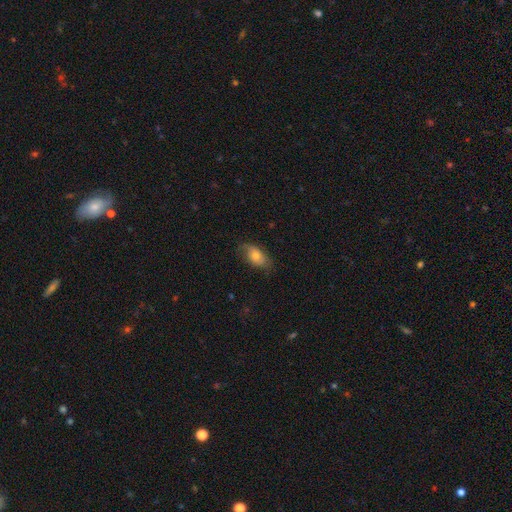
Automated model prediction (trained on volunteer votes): Overall: smooth (70%). How rounded: in between (91%). Merging: none (70%).